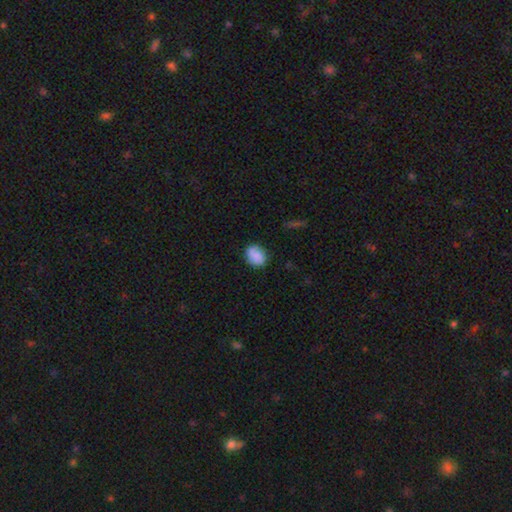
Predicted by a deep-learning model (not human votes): smooth_or_featured: smooth (p=0.78) [alt: featured or disk p=0.14]
how_rounded: in between (p=0.50) [alt: round p=0.49]
merging: none (p=0.73) [alt: minor disturbance p=0.19]